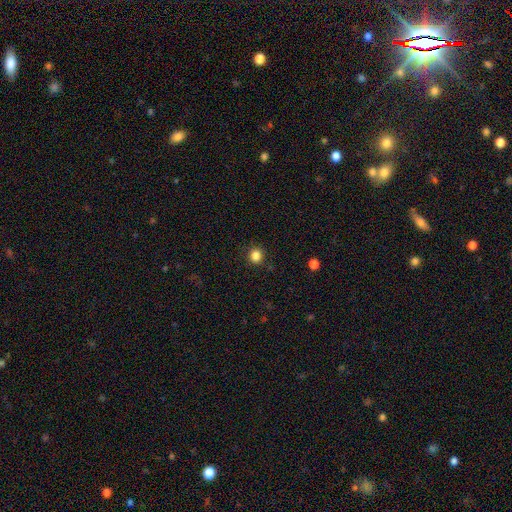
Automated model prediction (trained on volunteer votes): Morphology: type=smooth (84%); roundness=round (90%); merging=none (90%).